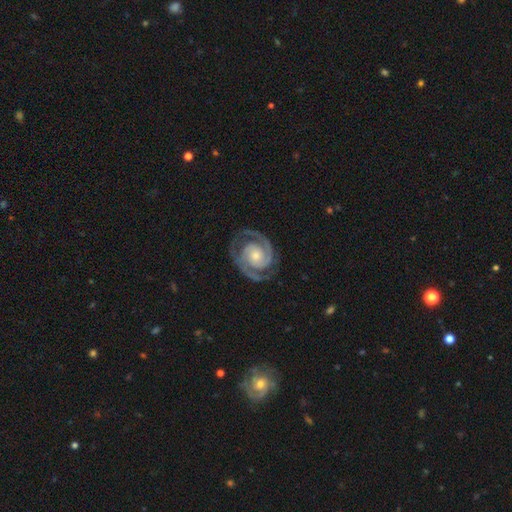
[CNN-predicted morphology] Q: Smooth or featured?
A: featured or disk (92%); runner-up: star or artifact (4%)
Q: Edge-on disk?
A: no (98%); runner-up: yes (2%)
Q: Bar?
A: no (71%); runner-up: weak (21%)
Q: Spiral arms?
A: yes (98%); runner-up: no (2%)
Q: Spiral winding?
A: tight (60%); runner-up: medium (36%)
Q: Spiral arm count?
A: 2 (90%); runner-up: 3 (4%)
Q: Bulge size?
A: small (50%); runner-up: moderate (42%)
Q: Merging?
A: none (80%); runner-up: minor disturbance (13%)